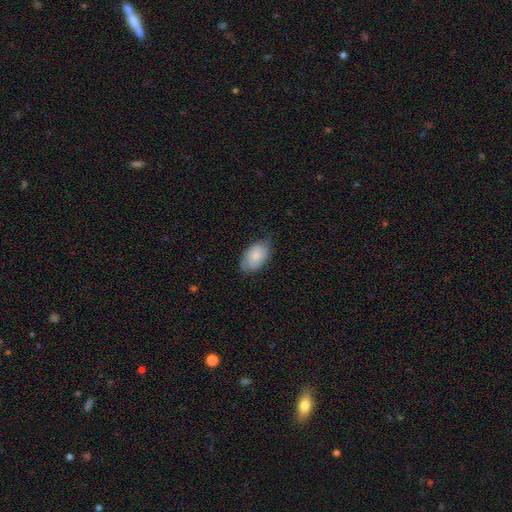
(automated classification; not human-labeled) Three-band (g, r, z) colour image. It shows a smooth galaxy with no disk features (76%) that is in between round and cigar-shaped (92%). Merging: none (64%).